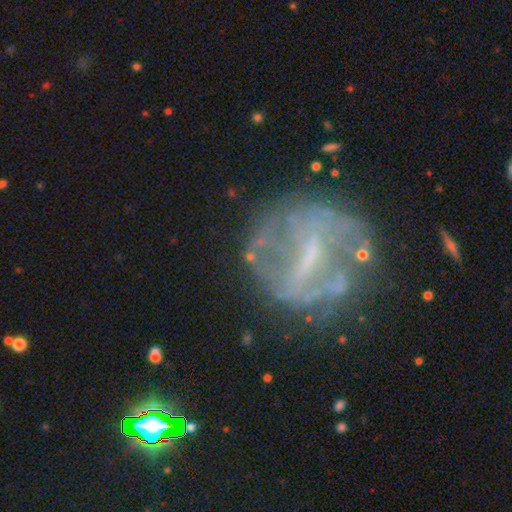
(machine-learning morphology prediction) Smooth or featured? featured or disk (69%)
Edge-on disk? no (96%)
Bar? strong (44%)
Spiral arms? no (55%)
Bulge size? none (51%)
Merging? none (54%)